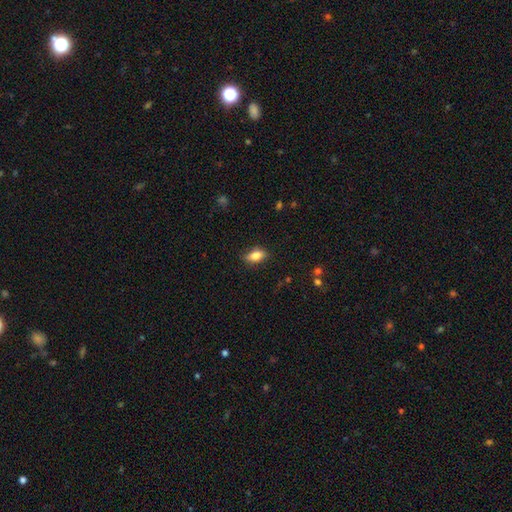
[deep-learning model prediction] This appears to be a smooth galaxy with no disk features (78%) that is in between round and cigar-shaped (83%). Merging: none (82%).